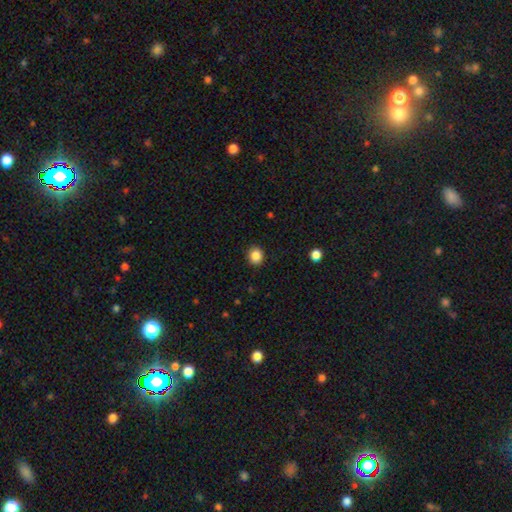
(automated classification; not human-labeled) Overall: smooth (87%). How rounded: round (80%). Merging: none (91%).